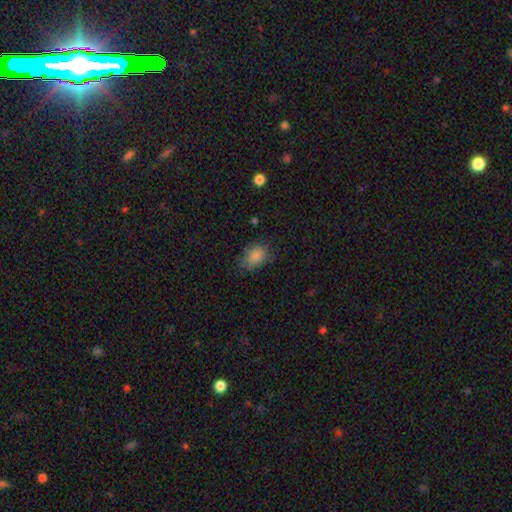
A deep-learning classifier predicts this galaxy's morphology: smooth 85%, star or artifact 9%, featured or disk 6%. Down the decision tree: how rounded — in between (78%); merging — none (70%).